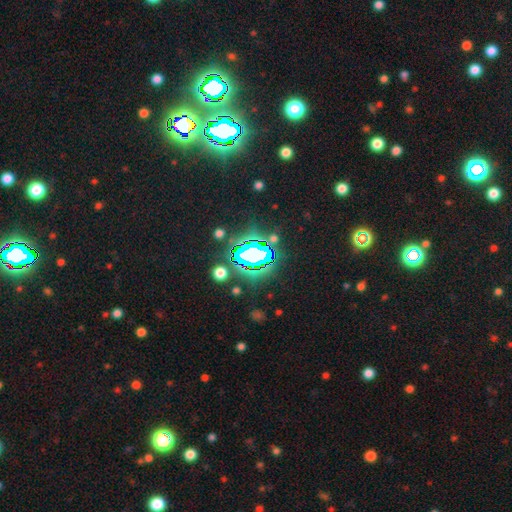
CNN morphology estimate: Smooth or featured: star or artifact — 69% (smooth — 19%)